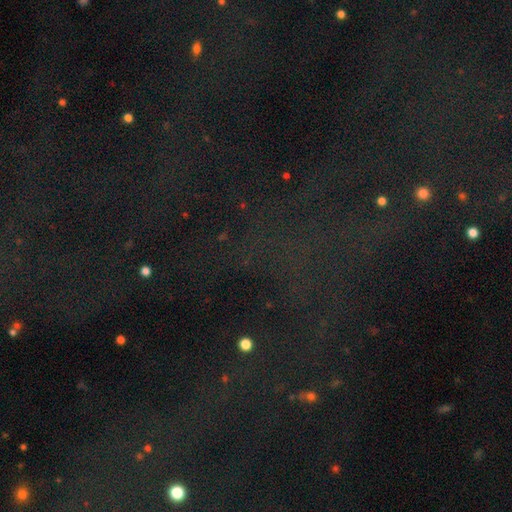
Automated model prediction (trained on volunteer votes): A star or artifact, not a galaxy (76%).

Vote fractions:
- Smooth or featured? star or artifact: 76% / smooth: 12% / featured or disk: 11%